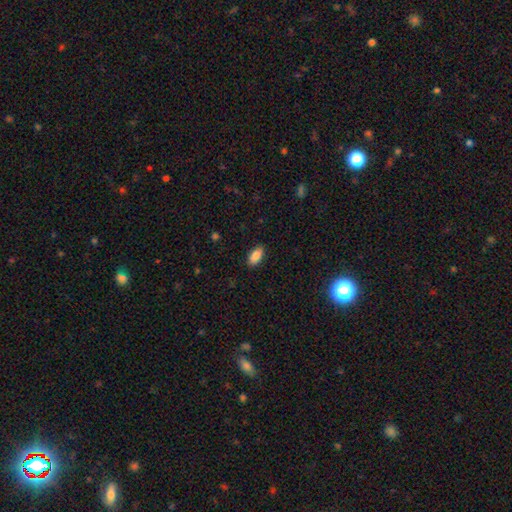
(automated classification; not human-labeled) A smooth galaxy with no disk features (86%) that is in between round and cigar-shaped (91%).

Vote fractions:
- Smooth or featured? smooth: 86% / star or artifact: 8% / featured or disk: 6%
- How rounded? in between: 91% / cigar-shaped: 6% / round: 3%
- Merging? none: 86% / minor disturbance: 10% / major disturbance: 2% / merger: 1%